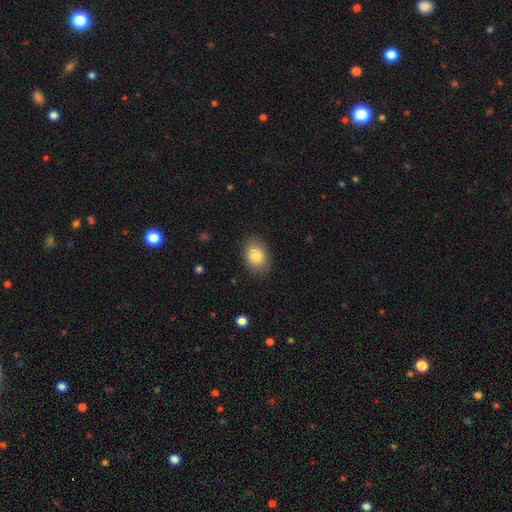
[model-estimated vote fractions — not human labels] This appears to be a smooth galaxy with no disk features (83%) that is in between round and cigar-shaped (71%). Merging: none (84%).